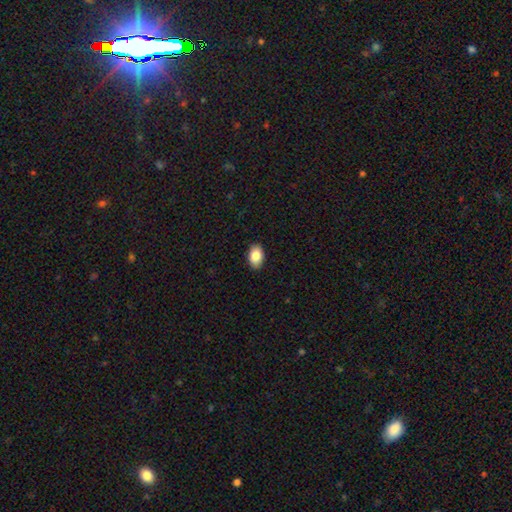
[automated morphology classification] Smooth or featured? Predicted: smooth (p=0.86). How rounded? Predicted: in between (p=0.90). Merging? Predicted: none (p=0.89).